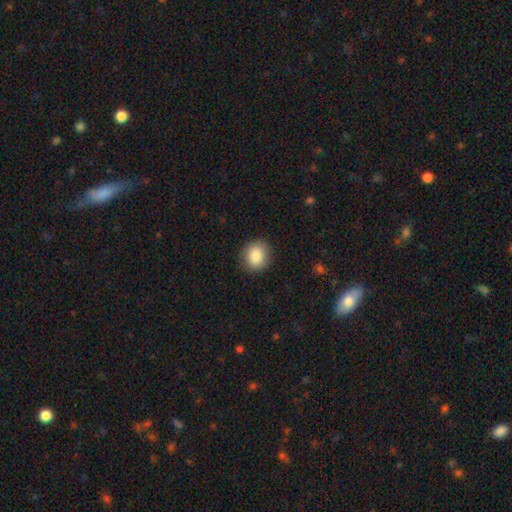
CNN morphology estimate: Smooth or featured: smooth — 86% (star or artifact — 8%)
How rounded: round — 75% (in between — 24%)
Merging: none — 88% (minor disturbance — 8%)